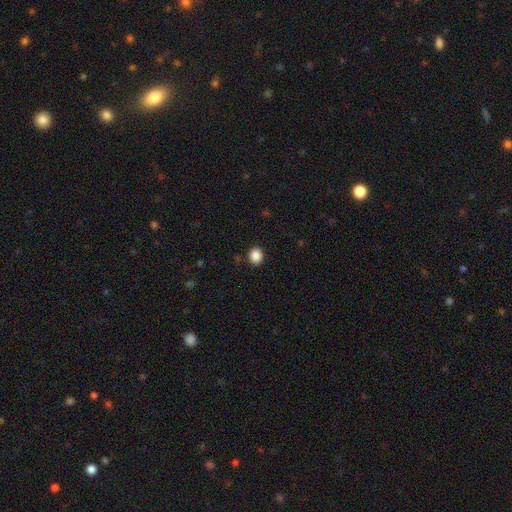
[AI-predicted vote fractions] This is clearly a smooth galaxy (88%). How rounded: likely round (70%). Merging: clearly none (90%).